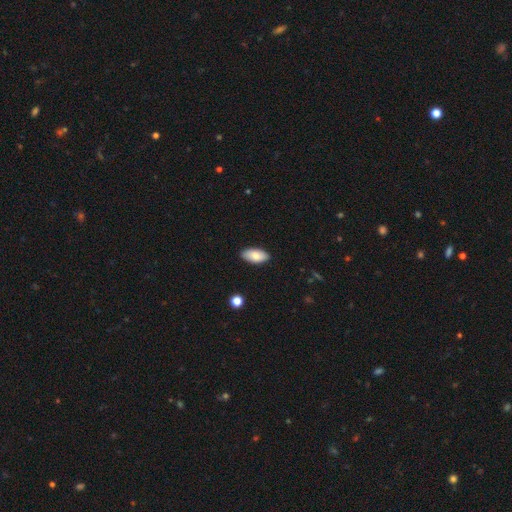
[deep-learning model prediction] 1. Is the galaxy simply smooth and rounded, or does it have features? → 82% smooth, 12% featured or disk, 6% star or artifact.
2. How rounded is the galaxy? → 92% in between, 5% cigar-shaped, 2% round.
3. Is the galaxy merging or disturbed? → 88% none, 9% minor disturbance, 2% major disturbance, 1% merger.